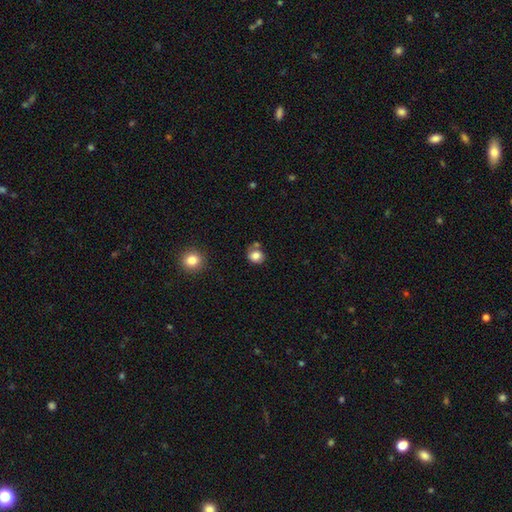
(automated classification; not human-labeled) smooth_or_featured: smooth (p=0.82) [alt: star or artifact p=0.10]
how_rounded: round (p=0.74) [alt: in between p=0.25]
merging: none (p=0.63) [alt: minor disturbance p=0.17]